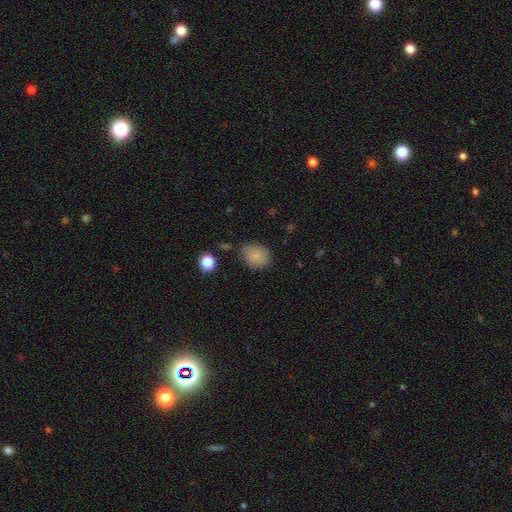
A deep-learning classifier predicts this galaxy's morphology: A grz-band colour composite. It shows a smooth galaxy with no disk features (84%) that is round (52%). Merging: none (74%).